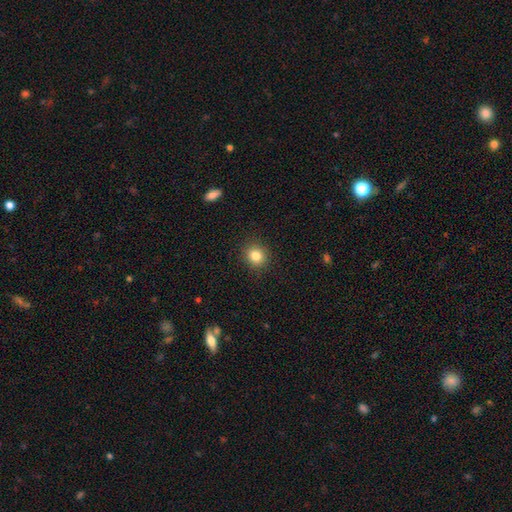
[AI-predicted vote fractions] Smooth or featured: smooth — 83% (star or artifact — 11%)
How rounded: round — 84% (in between — 15%)
Merging: none — 90% (minor disturbance — 7%)